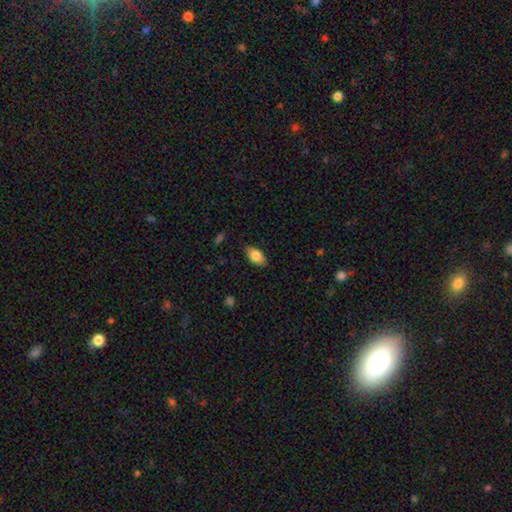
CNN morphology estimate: smooth-or-featured: smooth: 81% | featured or disk: 11% | star or artifact: 7%
  how-rounded: in between: 91% | round: 5% | cigar-shaped: 4%
  merging: none: 84% | minor disturbance: 13% | major disturbance: 3% | merger: 1%